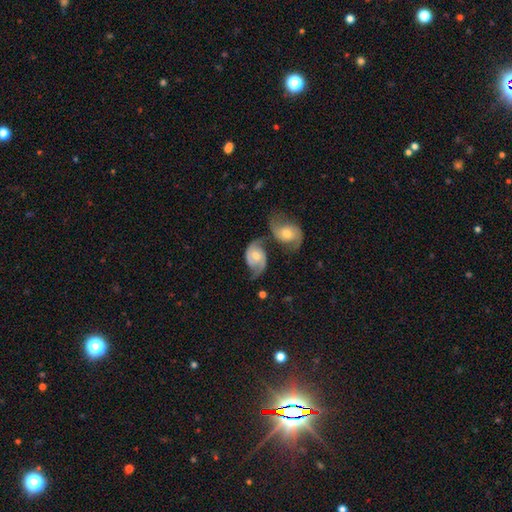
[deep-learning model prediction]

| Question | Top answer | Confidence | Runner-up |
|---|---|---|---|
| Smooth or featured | featured or disk | 79% | smooth (16%) |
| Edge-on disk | no | 97% | yes (3%) |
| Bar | no | 64% | weak (30%) |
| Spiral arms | yes | 94% | no (6%) |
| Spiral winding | medium | 49% | loose (27%) |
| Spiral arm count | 2 | 85% | 1 (6%) |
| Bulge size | moderate | 63% | small (29%) |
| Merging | merger | 41% | none (33%) |